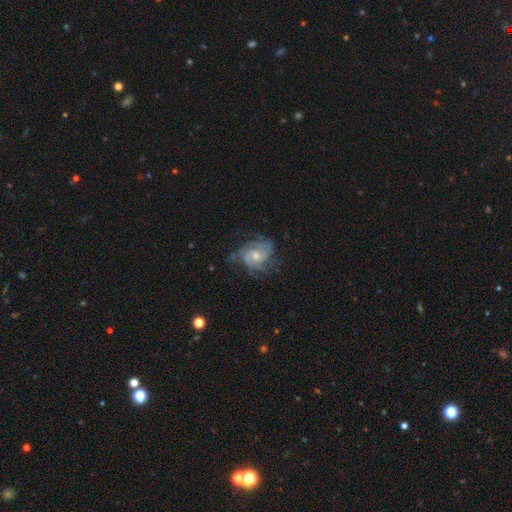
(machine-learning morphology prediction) Smooth or featured? Predicted: featured or disk (p=0.84). Edge-on disk? Predicted: no (p=0.98). Bar? Predicted: no (p=0.60). Spiral arms? Predicted: yes (p=0.95). Spiral winding? Predicted: tight (p=0.49). Spiral arm count? Predicted: 3 (p=0.29). Bulge size? Predicted: moderate (p=0.50). Merging? Predicted: none (p=0.64).